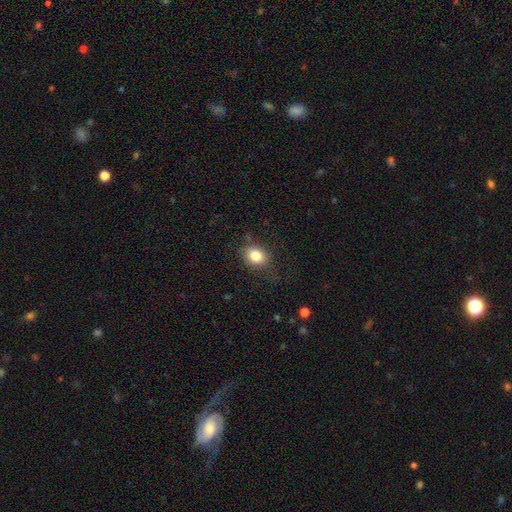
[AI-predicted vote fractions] A smooth galaxy with no disk features (82%) that is in between round and cigar-shaped (51%). Merging: none (79%).